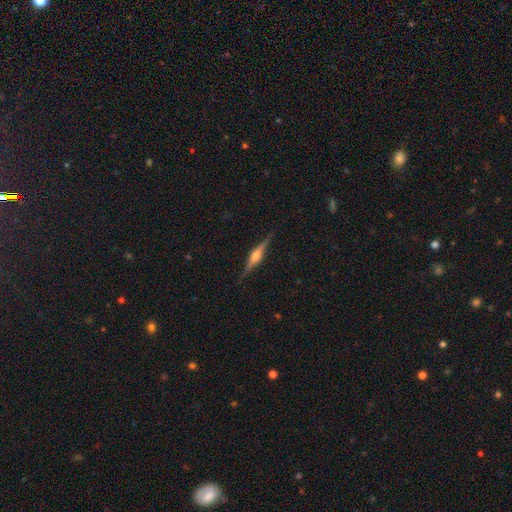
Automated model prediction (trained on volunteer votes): smooth-or-featured: featured or disk: 75% | smooth: 18% | star or artifact: 6%
  disk-edge-on: yes: 98% | no: 2%
    edge-on-bulge: rounded: 82% | boxy: 14% | none: 4%
  merging: none: 87% | minor disturbance: 9% | major disturbance: 2% | merger: 1%